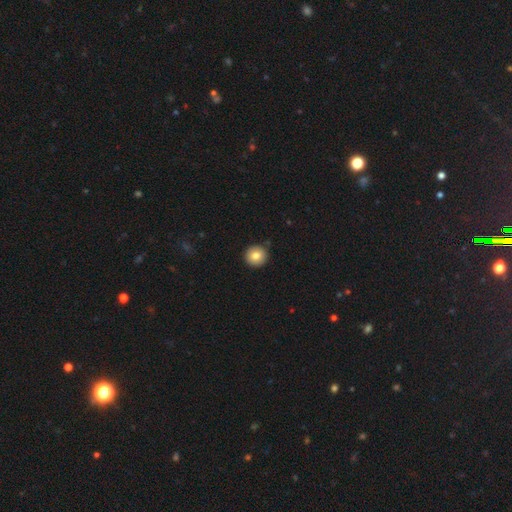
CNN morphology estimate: smooth-or-featured: smooth: 82% | featured or disk: 9% | star or artifact: 9%
  how-rounded: round: 94% | in between: 5% | cigar-shaped: 1%
  merging: none: 91% | minor disturbance: 7% | major disturbance: 2% | merger: 1%